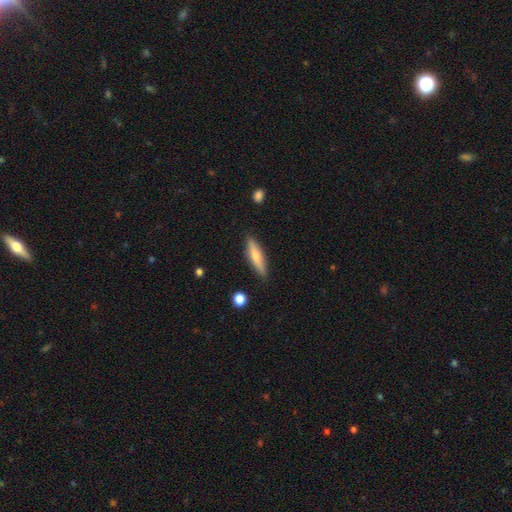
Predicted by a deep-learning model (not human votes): Morphology: type=smooth (57%); roundness=cigar-shaped (75%); merging=none (87%).